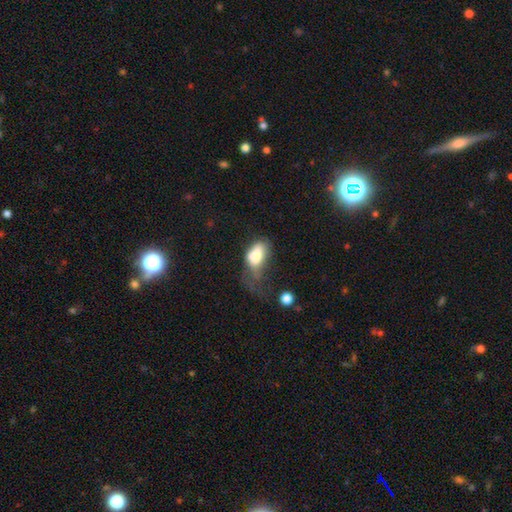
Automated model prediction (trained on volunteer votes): smooth-or-featured: smooth: 73% | featured or disk: 18% | star or artifact: 8%
  how-rounded: in between: 89% | round: 8% | cigar-shaped: 3%
  merging: major disturbance: 52% | minor disturbance: 24% | none: 15% | merger: 9%